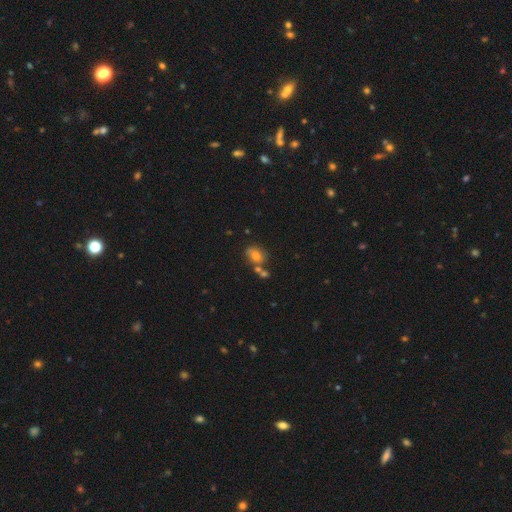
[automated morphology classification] Smooth or featured? smooth (70%)
How rounded? in between (57%)
Merging? none (52%)